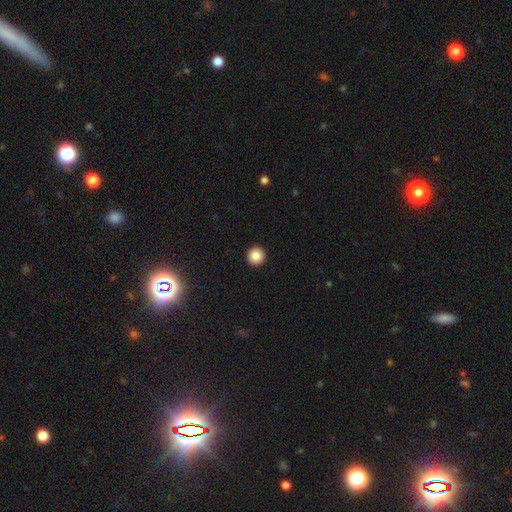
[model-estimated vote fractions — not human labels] Smooth or featured? smooth (86%)
How rounded? round (96%)
Merging? none (94%)